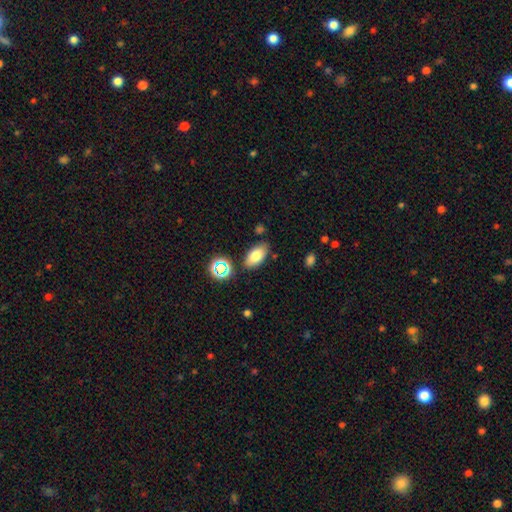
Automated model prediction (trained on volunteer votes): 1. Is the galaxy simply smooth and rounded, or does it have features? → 77% smooth, 12% featured or disk, 11% star or artifact.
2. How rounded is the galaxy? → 91% in between, 5% round, 4% cigar-shaped.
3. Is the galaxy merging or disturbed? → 81% none, 12% minor disturbance, 4% merger, 3% major disturbance.